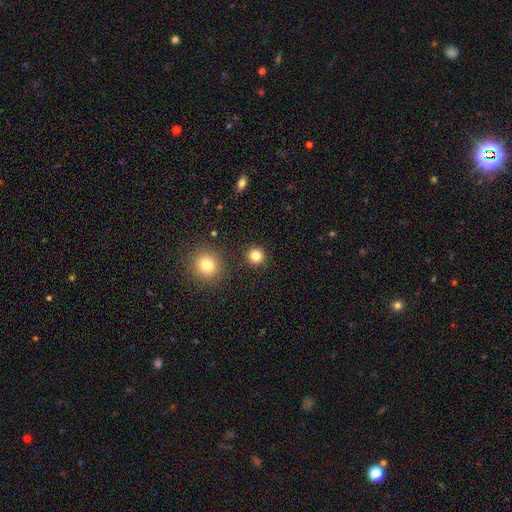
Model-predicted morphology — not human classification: This appears to be a smooth galaxy with no disk features (83%) that is round (94%). Merging: none (90%).